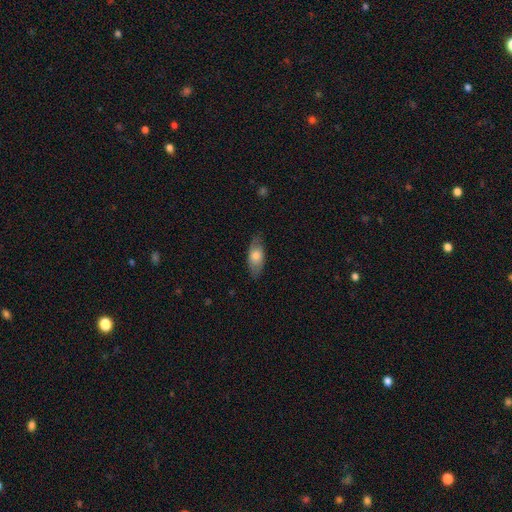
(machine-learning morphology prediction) The model was most divided on "smooth or featured": smooth: 71%, featured or disk: 23%, star or artifact: 6%. More confident: how rounded — in between (85%); merging — none (80%).